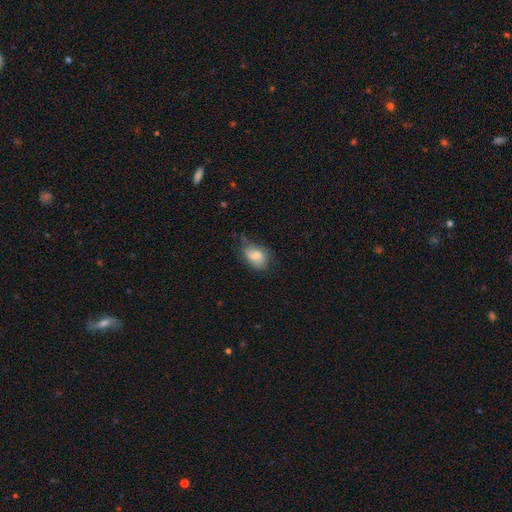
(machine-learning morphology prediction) Smooth or featured? smooth (68%)
How rounded? in between (80%)
Merging? none (50%)